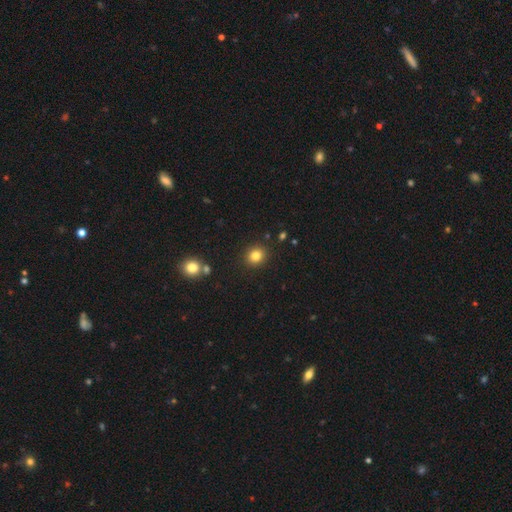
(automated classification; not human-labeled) Overall: smooth (82%). How rounded: round (75%). Merging: none (89%).